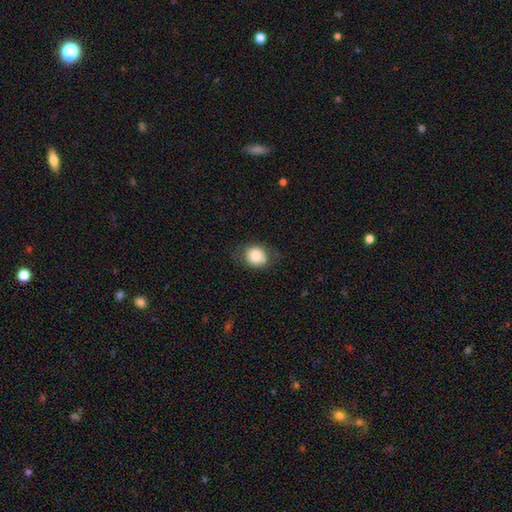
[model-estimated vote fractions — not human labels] This is likely a smooth galaxy (79%). How rounded: likely round (67%). Merging: likely none (66%).